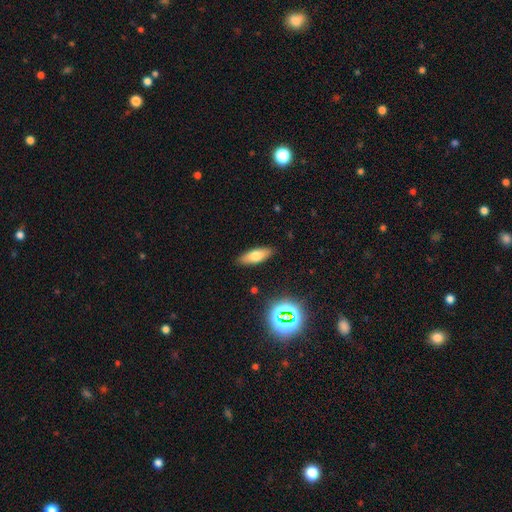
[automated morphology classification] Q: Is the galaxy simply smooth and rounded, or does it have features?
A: smooth — 68%.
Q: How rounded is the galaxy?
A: in between — 64%.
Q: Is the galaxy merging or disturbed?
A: none — 88%.